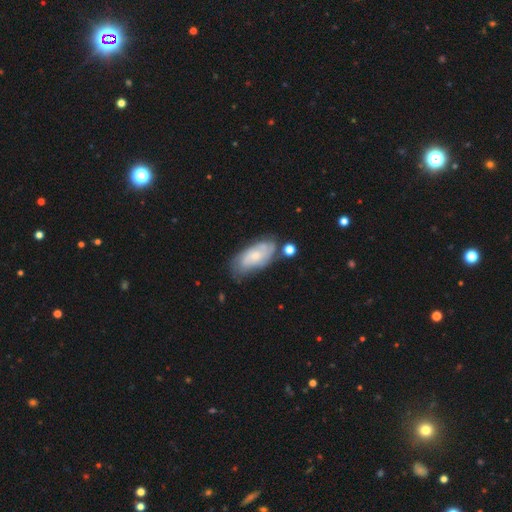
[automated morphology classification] This appears to be a featured or disk galaxy (57%) with no bar (73%), spiral arms (81%) and a small central bulge (61%). Merging: none (62%).